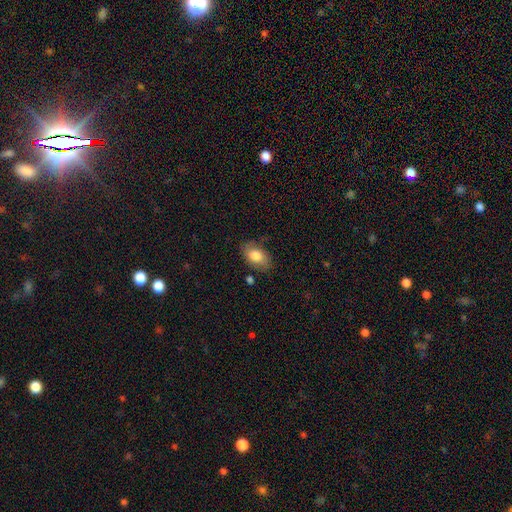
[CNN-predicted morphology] Q: Smooth or featured?
A: smooth (78%); runner-up: featured or disk (15%)
Q: How rounded?
A: in between (91%); runner-up: round (7%)
Q: Merging?
A: none (75%); runner-up: minor disturbance (18%)